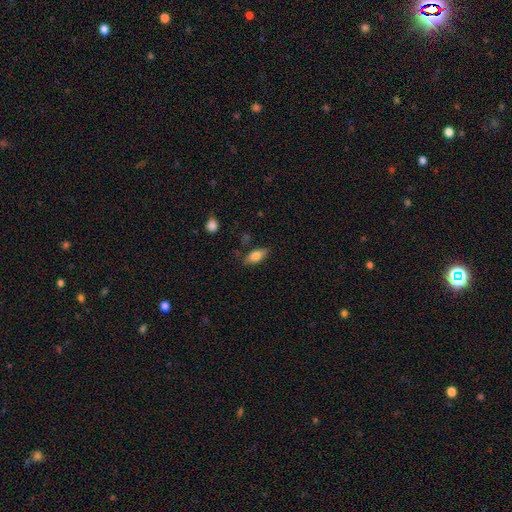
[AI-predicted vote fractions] Overall: smooth (76%). How rounded: in between (82%). Merging: none (79%).